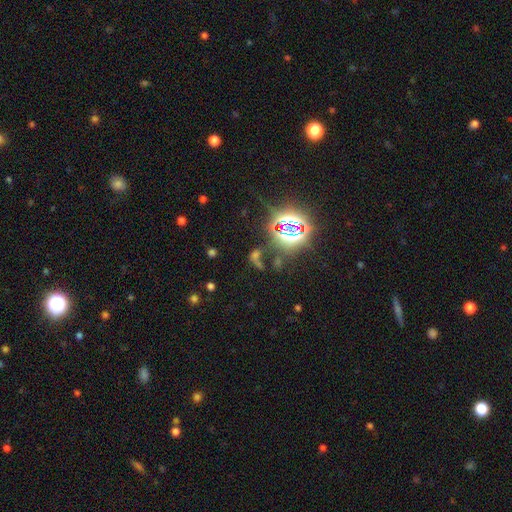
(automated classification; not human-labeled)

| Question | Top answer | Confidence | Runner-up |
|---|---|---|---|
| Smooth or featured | star or artifact | 60% | smooth (27%) |